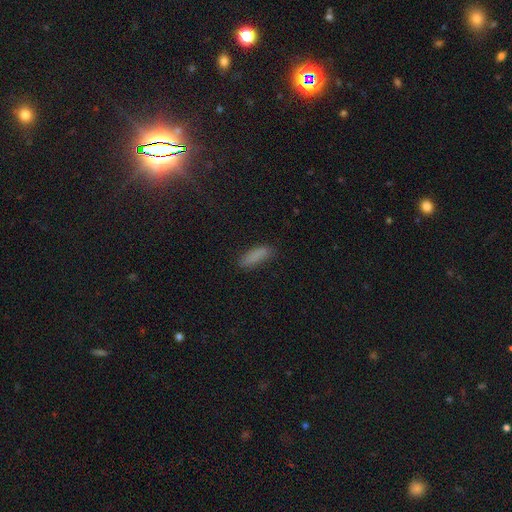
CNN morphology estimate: The model was most divided on "how rounded": in between: 50%, cigar-shaped: 48%, round: 2%. More confident: smooth or featured — smooth (85%); merging — none (82%).